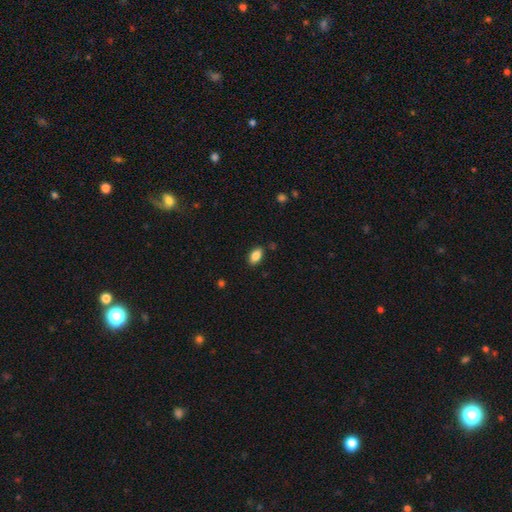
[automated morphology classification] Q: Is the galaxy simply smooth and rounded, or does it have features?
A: smooth — 86%.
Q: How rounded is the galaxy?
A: in between — 91%.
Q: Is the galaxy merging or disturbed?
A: none — 85%.